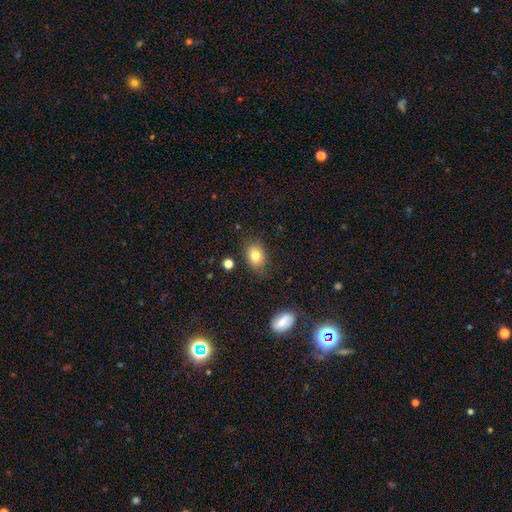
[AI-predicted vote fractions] This appears to be a smooth galaxy with no disk features (80%) that is in between round and cigar-shaped (71%). Merging: none (79%).